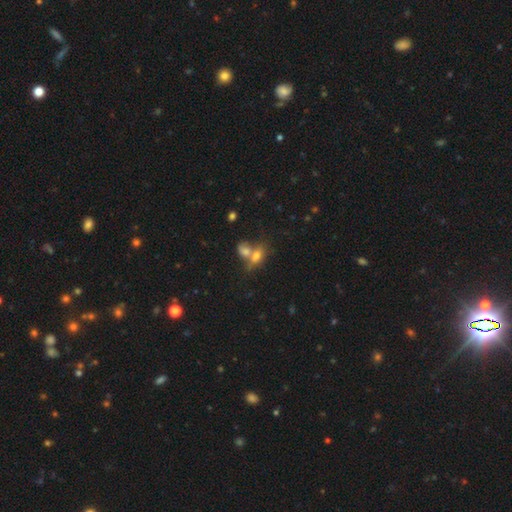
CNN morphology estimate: smooth 69%, featured or disk 19%, star or artifact 12%. Down the decision tree: how rounded — in between (76%); merging — merger (60%).